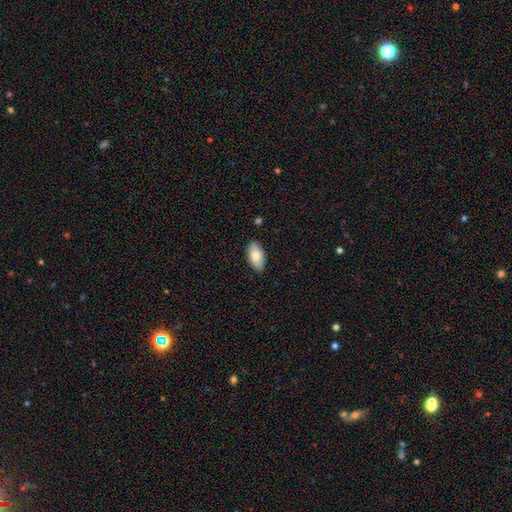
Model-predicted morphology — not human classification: Smooth or featured? smooth (80%)
How rounded? in between (95%)
Merging? none (87%)